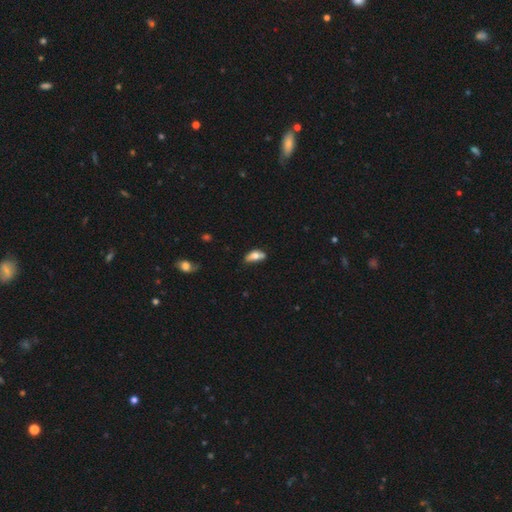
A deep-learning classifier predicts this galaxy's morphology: smooth 70%, featured or disk 22%, star or artifact 8%. Down the decision tree: how rounded — in between (84%); merging — none (44%).